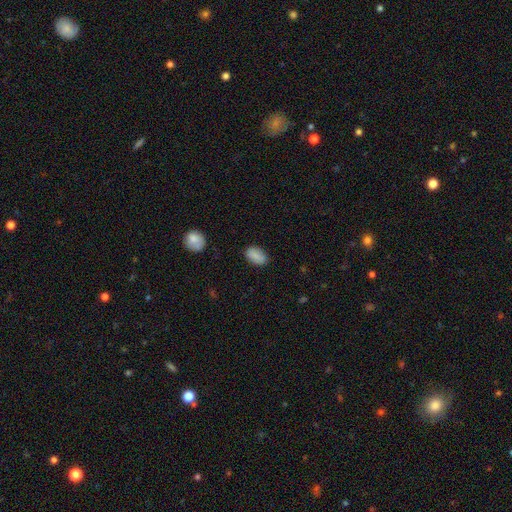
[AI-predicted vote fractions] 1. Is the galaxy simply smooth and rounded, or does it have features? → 85% smooth, 8% featured or disk, 8% star or artifact.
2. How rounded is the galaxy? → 90% in between, 8% round, 2% cigar-shaped.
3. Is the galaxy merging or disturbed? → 81% none, 15% minor disturbance, 3% major disturbance, 1% merger.